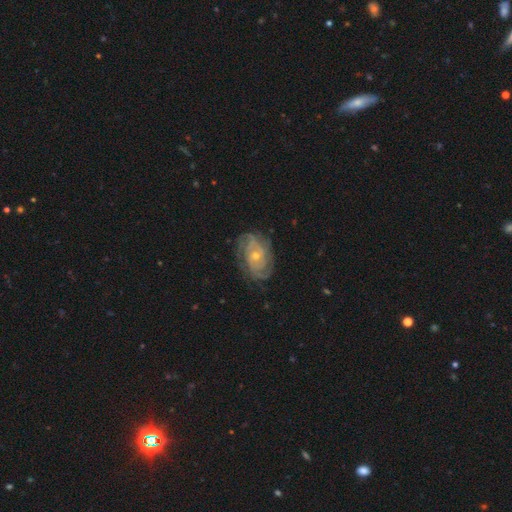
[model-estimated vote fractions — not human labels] Smooth or featured?
  - featured or disk: 83% *
  - smooth: 10%
  - star or artifact: 7%
Edge-on disk?
  - no: 97% *
  - yes: 3%
Bar?
  - no: 71% *
  - weak: 24%
  - strong: 5%
Spiral arms?
  - yes: 95% *
  - no: 5%
Spiral winding?
  - tight: 67% *
  - medium: 26%
  - loose: 6%
Spiral arm count?
  - can't tell: 33% *
  - 2: 18%
  - 3: 18%
  - 4: 15%
  - more than 4: 8%
  - 1: 7%
Bulge size?
  - small: 62% *
  - moderate: 35%
  - large: 1%
  - none: 1%
  - dominant: 1%
Merging?
  - none: 78% *
  - minor disturbance: 15%
  - major disturbance: 5%
  - merger: 1%